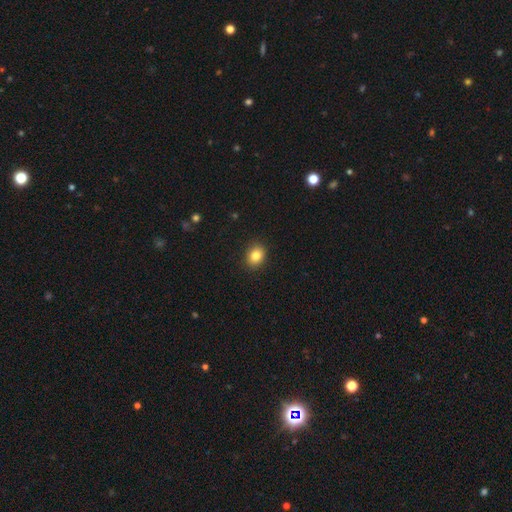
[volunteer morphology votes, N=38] type=smooth (84%); roundness=round (59%); merging=none (82%).